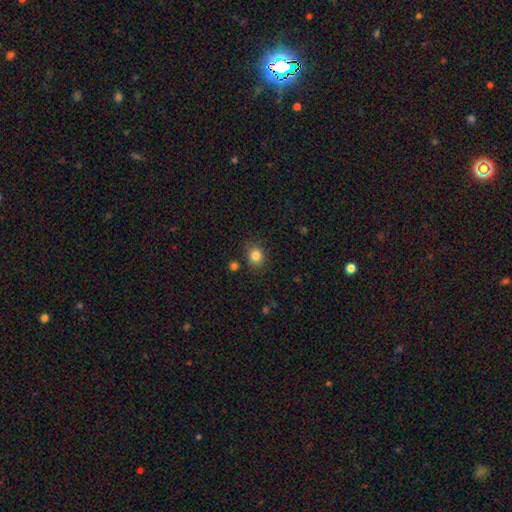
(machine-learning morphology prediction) type=smooth (84%); roundness=round (71%); merging=none (82%).